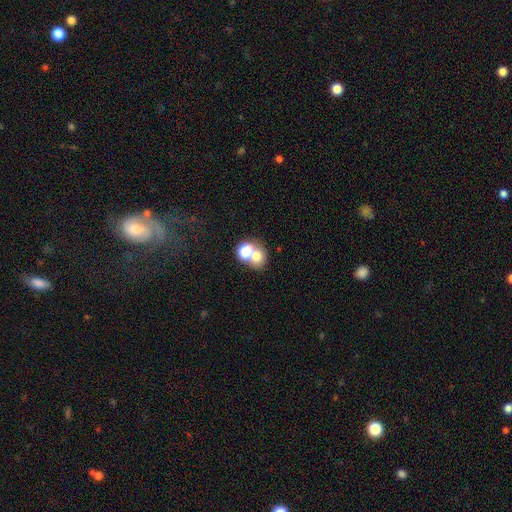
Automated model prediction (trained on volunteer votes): Overall: smooth (68%). How rounded: round (67%; in between 32%). Merging: merger (55%; none 34%).